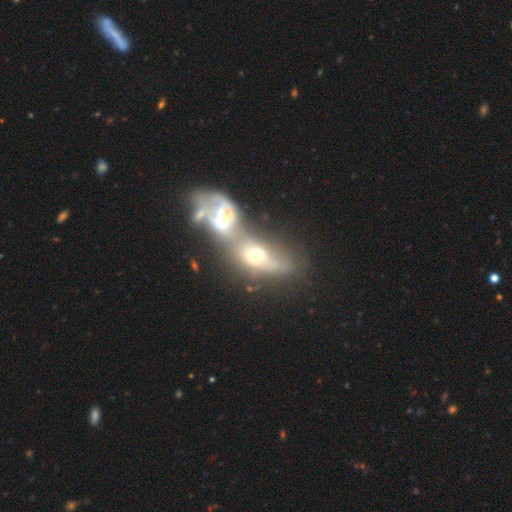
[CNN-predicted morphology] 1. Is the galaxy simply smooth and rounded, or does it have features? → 57% featured or disk, 31% smooth, 12% star or artifact.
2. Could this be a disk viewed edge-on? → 85% no, 15% yes.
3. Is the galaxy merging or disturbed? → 73% merger, 11% none, 10% major disturbance, 6% minor disturbance.